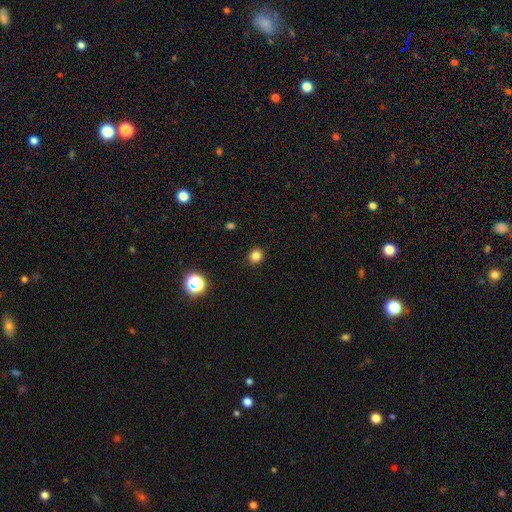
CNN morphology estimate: Smooth or featured? Predicted: smooth (p=0.82). How rounded? Predicted: round (p=0.72). Merging? Predicted: none (p=0.90).